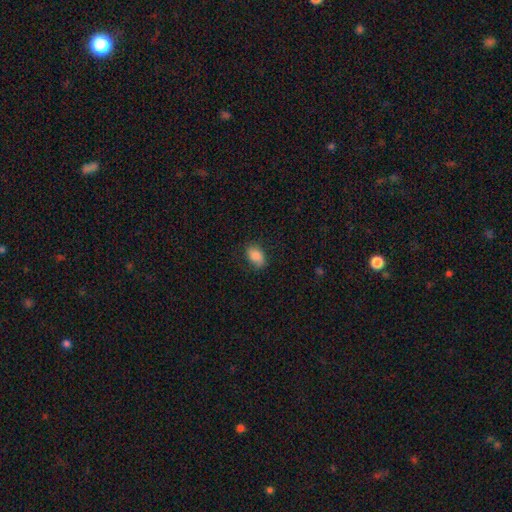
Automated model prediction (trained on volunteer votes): smooth-or-featured: smooth: 85% | star or artifact: 8% | featured or disk: 7%
  how-rounded: in between: 86% | round: 13% | cigar-shaped: 1%
  merging: none: 77% | minor disturbance: 18% | major disturbance: 4% | merger: 1%